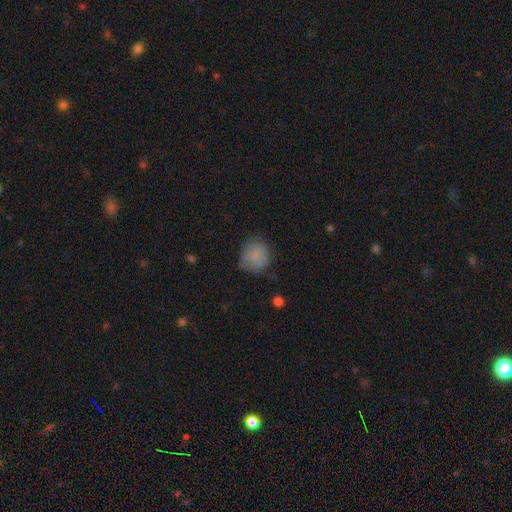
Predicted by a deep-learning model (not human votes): The model was most divided on "merging": none: 67%, minor disturbance: 24%, major disturbance: 7%, merger: 1%. More confident: how rounded — round (86%); smooth or featured — smooth (80%).